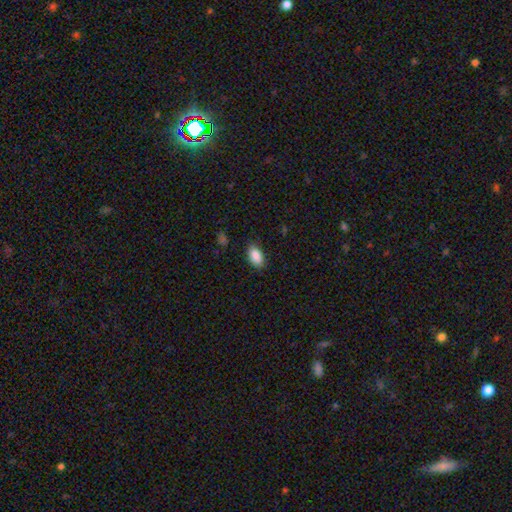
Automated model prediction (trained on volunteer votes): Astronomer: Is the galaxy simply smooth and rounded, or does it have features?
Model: smooth — 89%.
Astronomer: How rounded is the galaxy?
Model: in between — 92%.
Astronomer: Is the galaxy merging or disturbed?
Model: none — 84%.